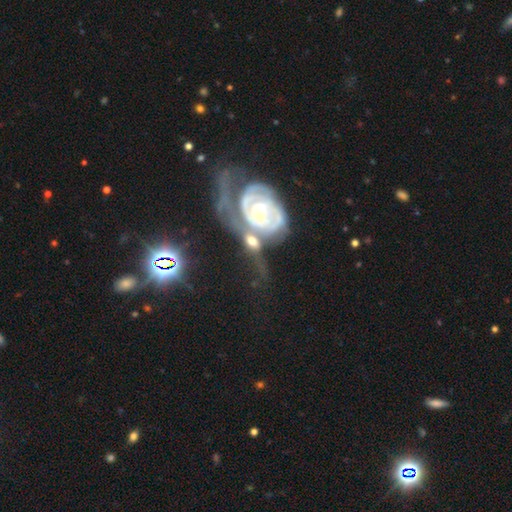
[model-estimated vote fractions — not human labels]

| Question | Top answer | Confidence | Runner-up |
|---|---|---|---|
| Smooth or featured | featured or disk | 70% | star or artifact (19%) |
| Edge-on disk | no | 94% | yes (6%) |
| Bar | no | 62% | weak (25%) |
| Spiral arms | yes | 79% | no (21%) |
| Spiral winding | tight | 55% | medium (30%) |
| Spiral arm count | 2 | 35% | can't tell (30%) |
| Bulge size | small | 48% | moderate (38%) |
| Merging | none | 41% | major disturbance (27%) |